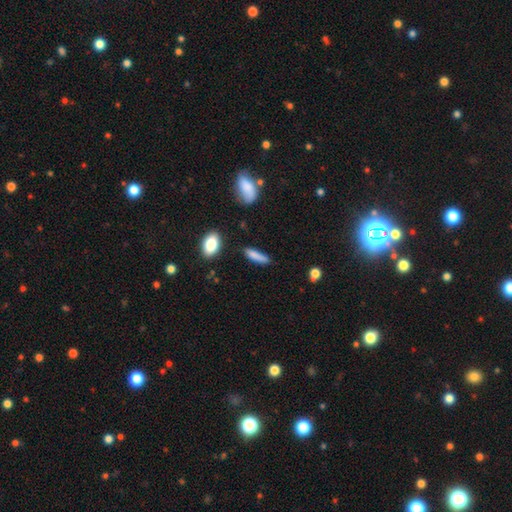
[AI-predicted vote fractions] The model was most divided on "how rounded": cigar-shaped: 75%, in between: 23%, round: 3%. More confident: smooth or featured — smooth (81%); merging — none (75%).